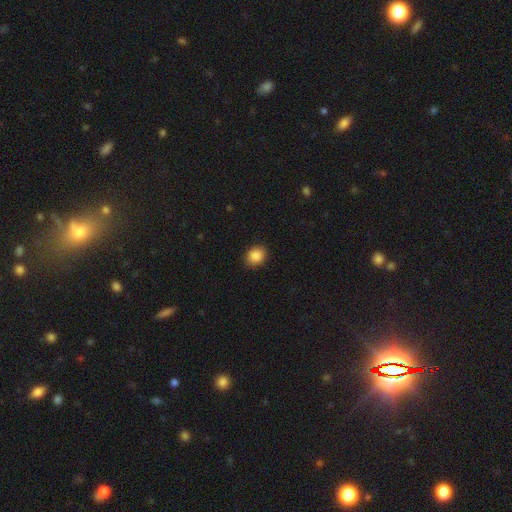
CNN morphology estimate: A smooth galaxy with no disk features (87%) that is round (64%). Merging: none (90%).